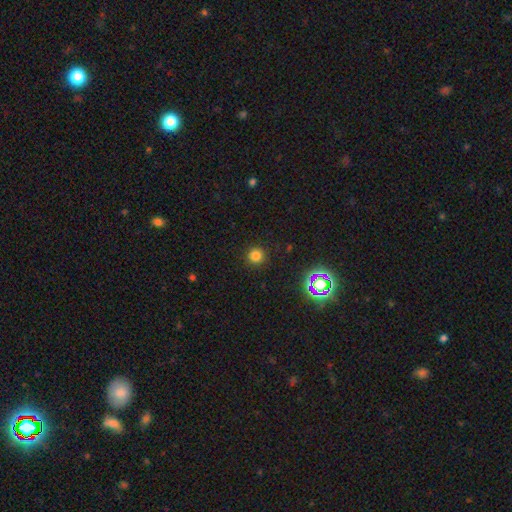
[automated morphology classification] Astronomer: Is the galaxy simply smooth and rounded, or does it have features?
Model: smooth — 77%.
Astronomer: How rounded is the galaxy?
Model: round — 95%.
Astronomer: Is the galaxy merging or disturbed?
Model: none — 91%.